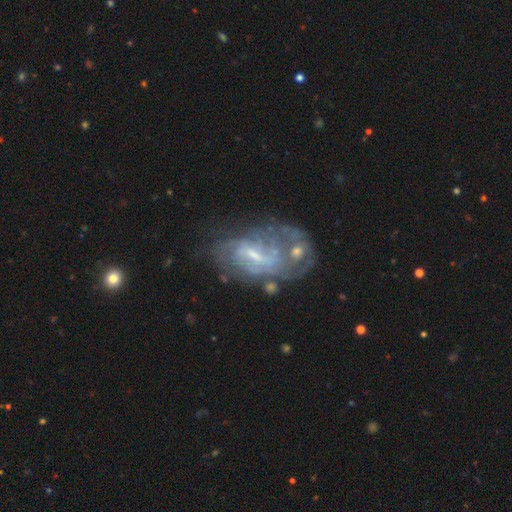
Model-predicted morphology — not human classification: A featured or disk galaxy (77%) with a weak bar (53%), medium (38%) spiral arms (72%) and a small central bulge (51%).

Vote fractions:
- Smooth or featured? featured or disk: 77% / smooth: 14% / star or artifact: 9%
- Edge-on disk? no: 96% / yes: 4%
- Bar? weak: 53% / strong: 26% / no: 21%
- Spiral arms? yes: 72% / no: 28%
- Spiral winding? medium: 38% / tight: 36% / loose: 26%
- Spiral arm count? can't tell: 50% / 2: 26% / 3: 9% / 1: 7% / 4: 5% / more than 4: 3%
- Bulge size? small: 51% / moderate: 29% / none: 17% / large: 2% / dominant: 1%
- Merging? none: 36% / merger: 25% / major disturbance: 20% / minor disturbance: 19%